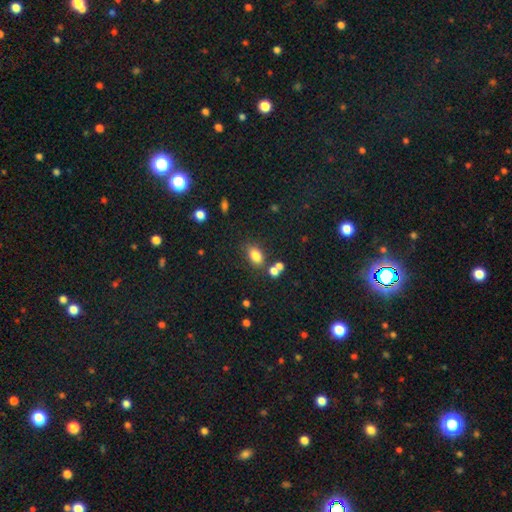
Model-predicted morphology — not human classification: Smooth or featured? Predicted: smooth (p=0.80). How rounded? Predicted: in between (p=0.79). Merging? Predicted: none (p=0.69).